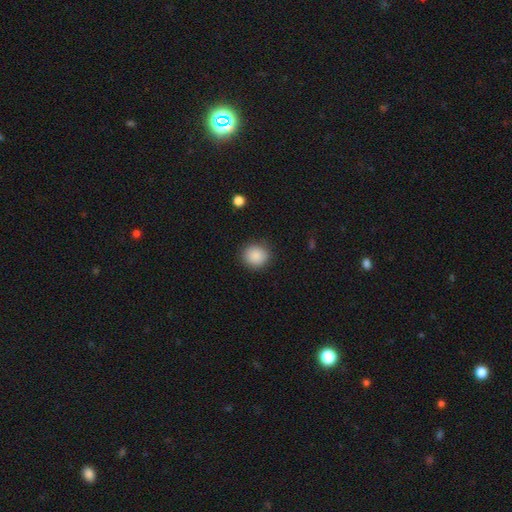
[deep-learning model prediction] Smooth or featured: smooth — 88% (star or artifact — 8%)
How rounded: round — 86% (in between — 13%)
Merging: none — 88% (minor disturbance — 8%)